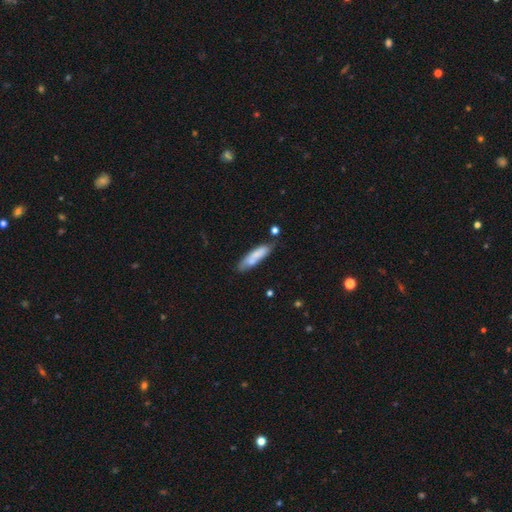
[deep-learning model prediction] smooth 73%, featured or disk 21%, star or artifact 6%. Down the decision tree: how rounded — cigar-shaped (68%); merging — none (62%).